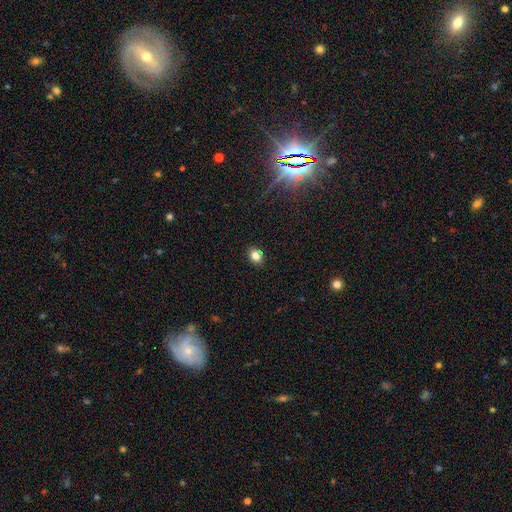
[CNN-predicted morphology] This appears to be a smooth galaxy with no disk features (79%) that is round (52%). Merging: none (84%).